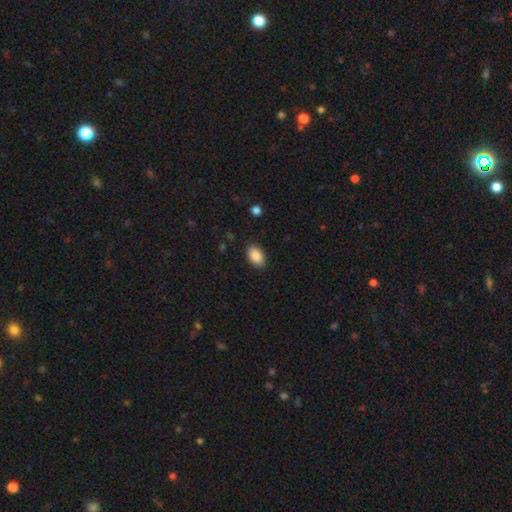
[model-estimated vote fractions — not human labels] smooth-or-featured: smooth: 89% | star or artifact: 7% | featured or disk: 4%
  how-rounded: in between: 90% | round: 8% | cigar-shaped: 1%
  merging: none: 87% | minor disturbance: 10% | major disturbance: 2% | merger: 1%